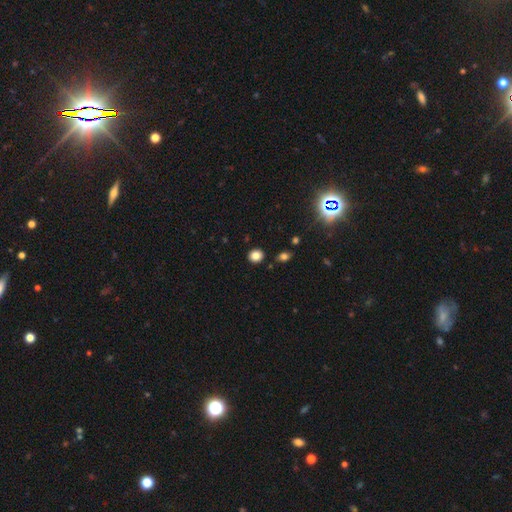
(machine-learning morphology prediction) Overall: smooth (82%). How rounded: round (78%). Merging: none (87%).